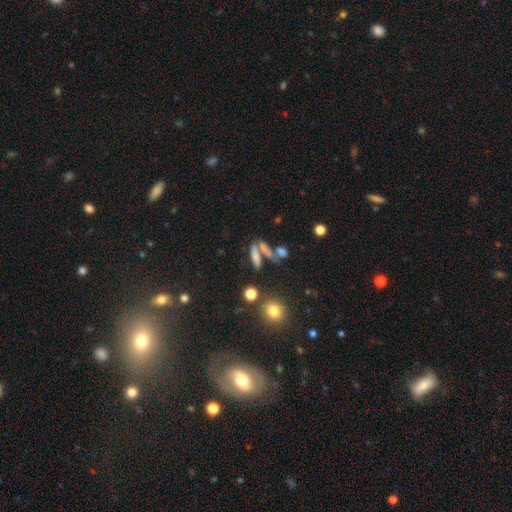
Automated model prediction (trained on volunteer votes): The model was most divided on "merging": none: 48%, merger: 33%, minor disturbance: 12%, major disturbance: 8%. More confident: smooth or featured — smooth (66%); how rounded — cigar-shaped (64%).